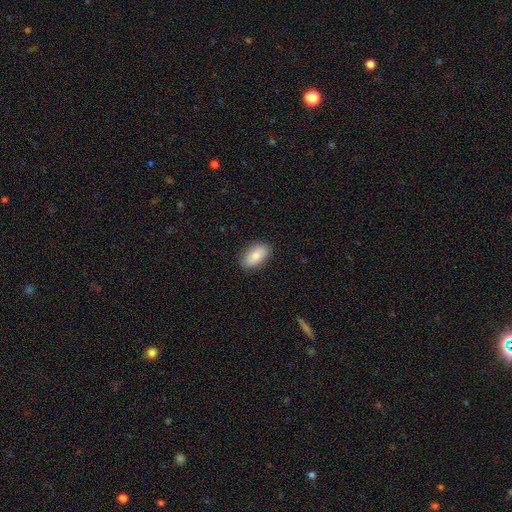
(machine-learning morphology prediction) type=smooth (80%); roundness=in between (92%); merging=none (88%).